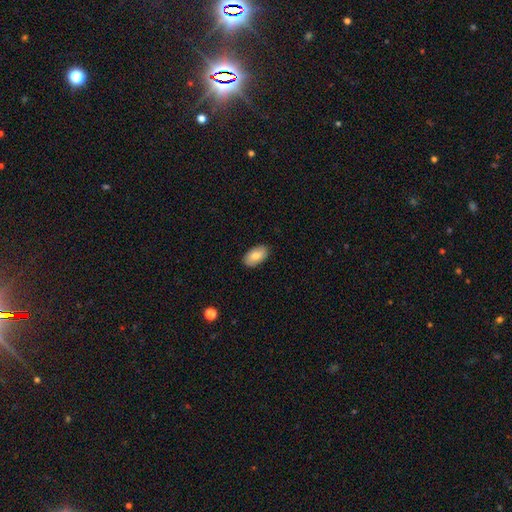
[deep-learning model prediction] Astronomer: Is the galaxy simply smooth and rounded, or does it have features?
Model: smooth — 81%.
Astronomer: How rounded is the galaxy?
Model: in between — 94%.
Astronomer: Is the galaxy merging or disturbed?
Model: none — 88%.